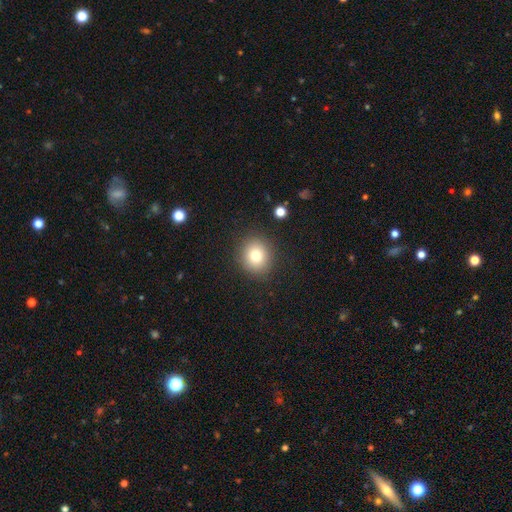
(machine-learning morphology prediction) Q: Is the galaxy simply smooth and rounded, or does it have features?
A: smooth — 77%.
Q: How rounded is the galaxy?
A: round — 84%.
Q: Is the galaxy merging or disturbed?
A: none — 89%.